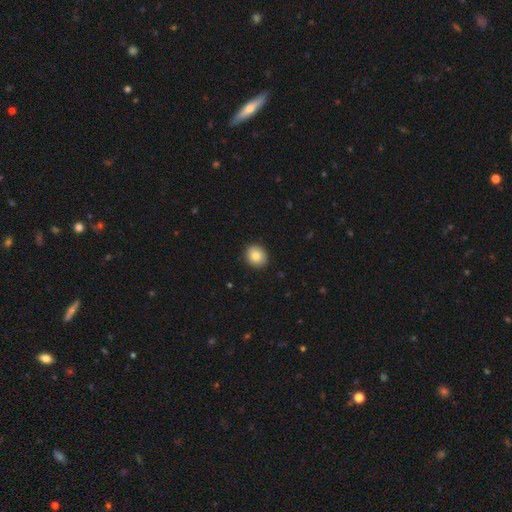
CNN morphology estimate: A smooth galaxy with no disk features (82%) that is round (77%).

Vote fractions:
- Smooth or featured? smooth: 82% / featured or disk: 10% / star or artifact: 9%
- How rounded? round: 77% / in between: 22% / cigar-shaped: 1%
- Merging? none: 91% / minor disturbance: 7% / major disturbance: 2% / merger: 1%